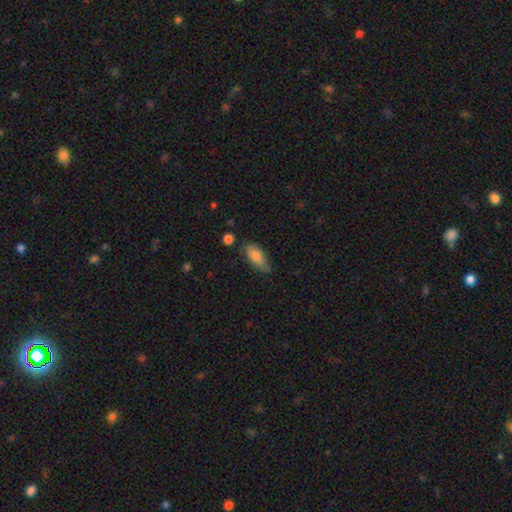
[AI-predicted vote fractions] Smooth or featured: smooth — 80% (featured or disk — 13%)
How rounded: in between — 81% (cigar-shaped — 16%)
Merging: none — 59% (minor disturbance — 31%)